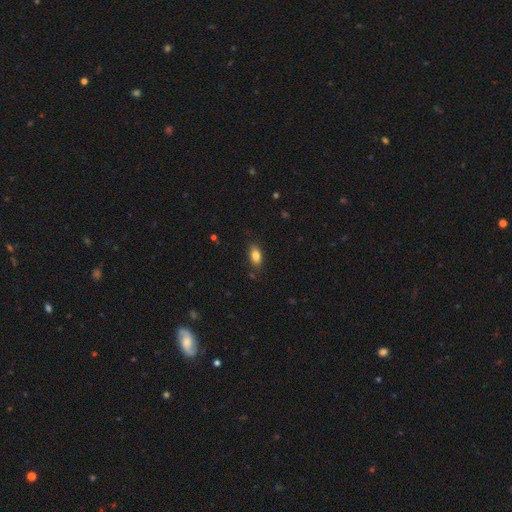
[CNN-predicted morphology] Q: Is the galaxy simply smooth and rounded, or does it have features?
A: smooth — 83%.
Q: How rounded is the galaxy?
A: in between — 88%.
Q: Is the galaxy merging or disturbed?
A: none — 83%.